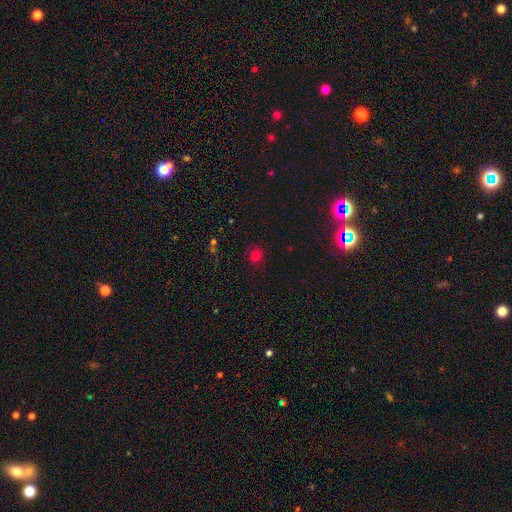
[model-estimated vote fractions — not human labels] smooth_or_featured: smooth (p=0.72) [alt: star or artifact p=0.22]
how_rounded: round (p=0.79) [alt: in between p=0.20]
merging: none (p=0.80) [alt: minor disturbance p=0.13]